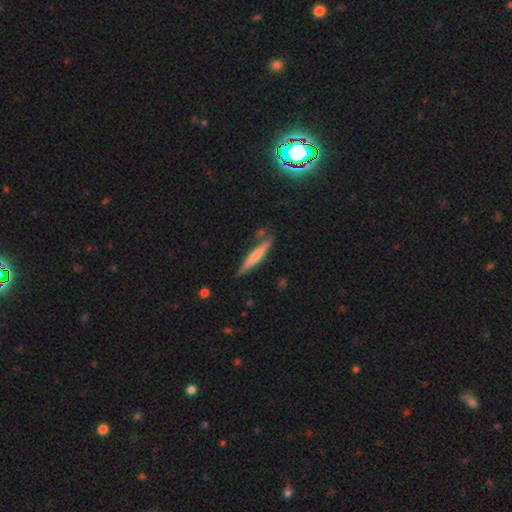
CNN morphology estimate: The model was most divided on "smooth or featured": smooth: 57%, featured or disk: 37%, star or artifact: 5%. More confident: how rounded — cigar-shaped (93%); merging — none (77%).